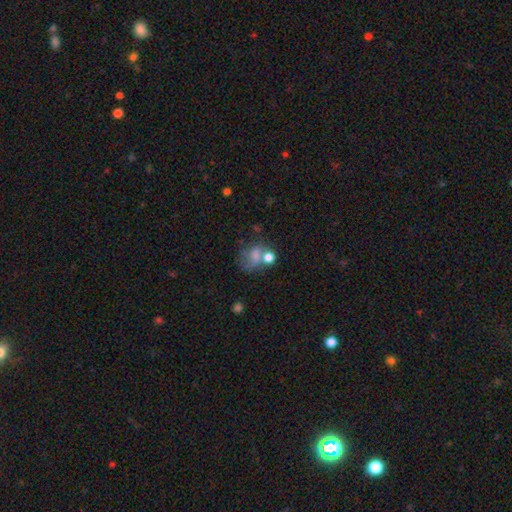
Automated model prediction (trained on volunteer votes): The model was most divided on "merging": merger: 31%, none: 29%, major disturbance: 23%, minor disturbance: 17%. More confident: smooth or featured — smooth (61%); how rounded — round (51%).